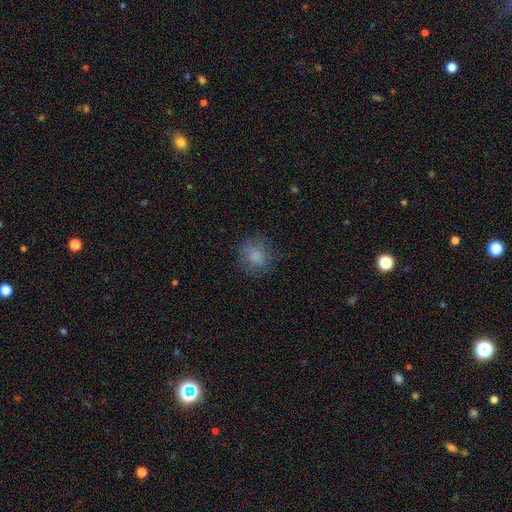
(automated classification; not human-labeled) Smooth or featured?
  - smooth: 80% *
  - star or artifact: 10%
  - featured or disk: 9%
How rounded?
  - round: 83% *
  - in between: 16%
  - cigar-shaped: 1%
Merging?
  - none: 77% *
  - minor disturbance: 15%
  - major disturbance: 7%
  - merger: 1%